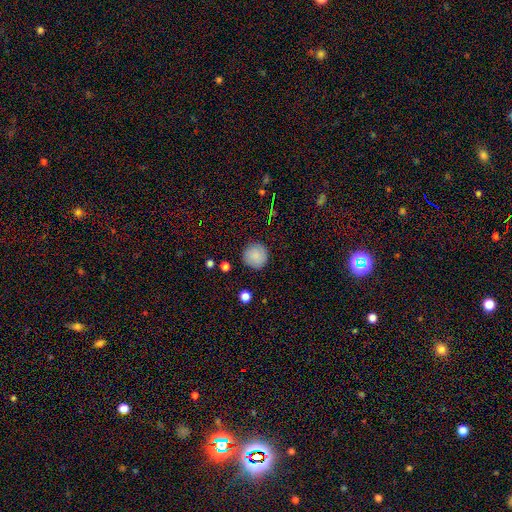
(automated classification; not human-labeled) A smooth galaxy with no disk features (86%) that is round (96%). Merging: none (90%).